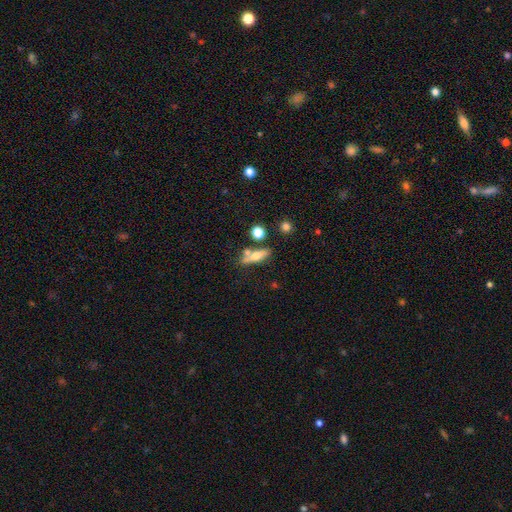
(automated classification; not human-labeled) Smooth or featured? Predicted: smooth (p=0.51). How rounded? Predicted: cigar-shaped (p=0.53). Merging? Predicted: none (p=0.59).